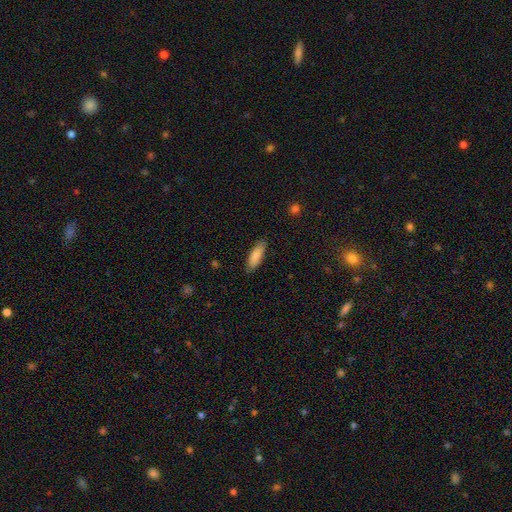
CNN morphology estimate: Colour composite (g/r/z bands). It shows a smooth galaxy with no disk features (85%) that is in between round and cigar-shaped (51%). Merging: none (86%).